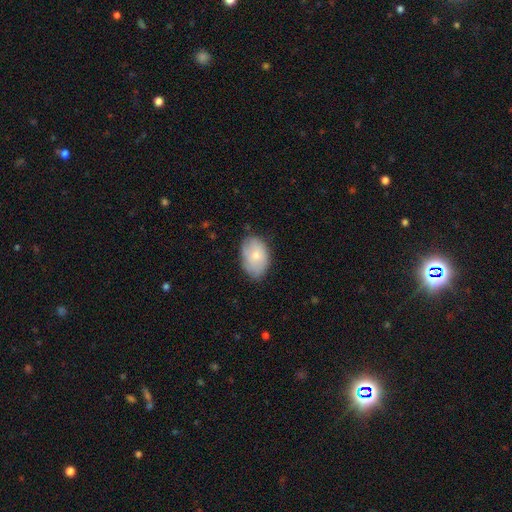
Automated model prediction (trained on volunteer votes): Overall: smooth (69%). How rounded: in between (88%). Merging: none (69%).